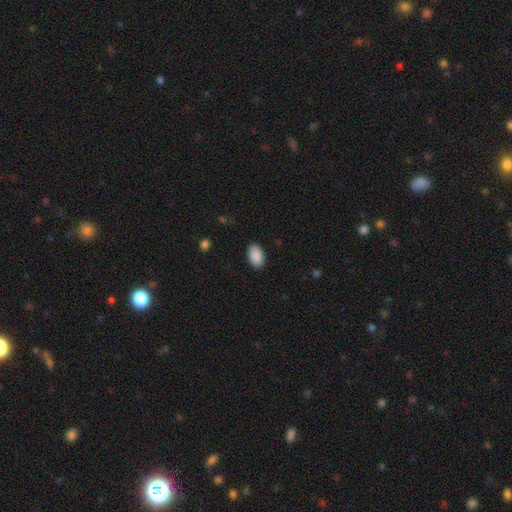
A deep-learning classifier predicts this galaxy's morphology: This appears to be a smooth galaxy with no disk features (91%) that is in between round and cigar-shaped (93%). Merging: none (88%).